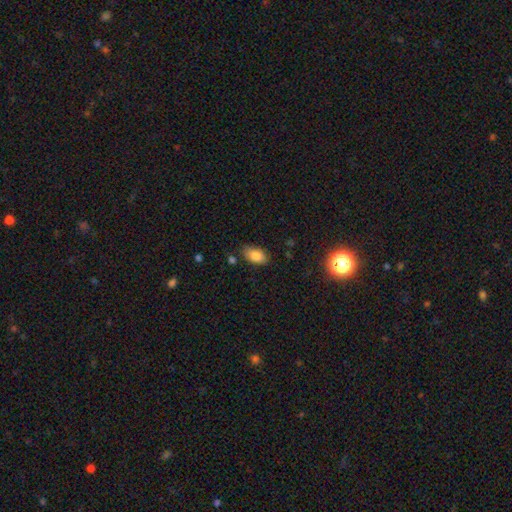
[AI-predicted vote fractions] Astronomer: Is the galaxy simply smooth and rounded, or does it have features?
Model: smooth — 85%.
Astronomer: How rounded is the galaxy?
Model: in between — 92%.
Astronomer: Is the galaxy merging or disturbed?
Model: none — 79%.